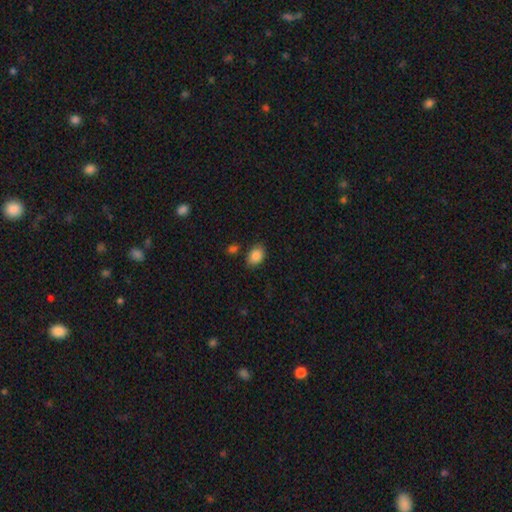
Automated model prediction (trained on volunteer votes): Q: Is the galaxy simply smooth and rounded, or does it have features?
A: smooth — 87%.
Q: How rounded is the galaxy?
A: in between — 77%.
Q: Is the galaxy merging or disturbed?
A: none — 80%.